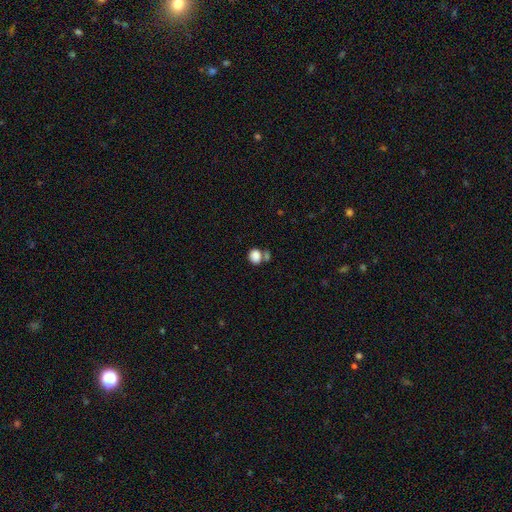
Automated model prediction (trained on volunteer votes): A smooth galaxy with no disk features (85%) that is round (62%). Merging: none (50%).